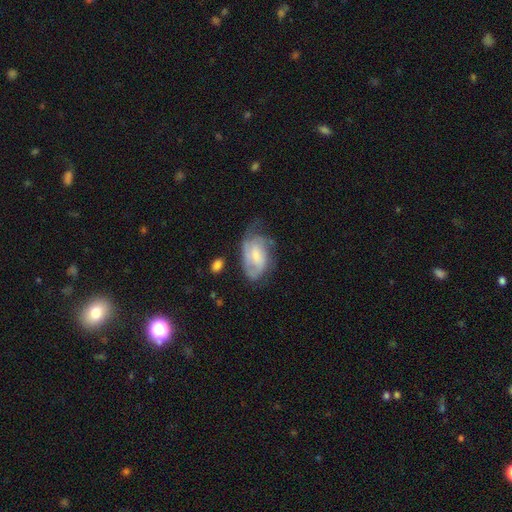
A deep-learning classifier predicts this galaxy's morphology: The model was most divided on "spiral winding": tight: 42%, medium: 41%, loose: 16%. Remaining: edge-on disk — no (96%); spiral arms — yes (85%); smooth or featured — featured or disk (66%); bar — weak (46%); merging — none (43%); bulge size — small (41%); spiral arm count — 2 (40%).